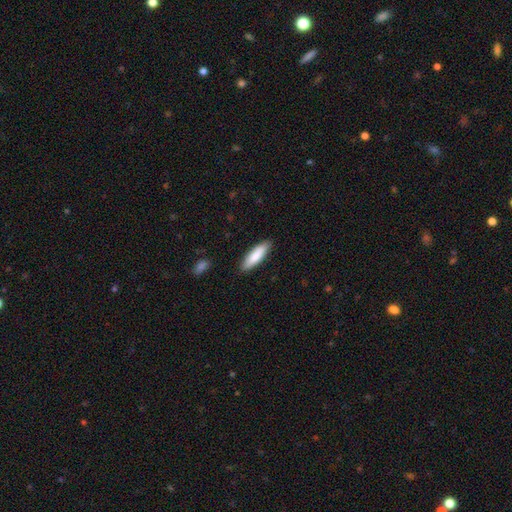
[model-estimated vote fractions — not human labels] smooth 83%, featured or disk 12%, star or artifact 5%. Down the decision tree: how rounded — cigar-shaped (59%); merging — none (87%).